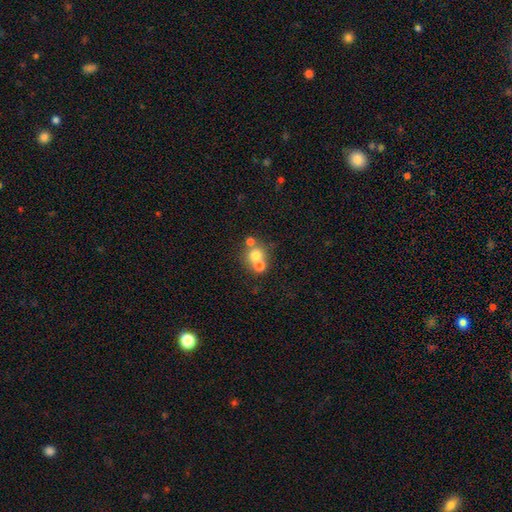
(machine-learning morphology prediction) Q: Smooth or featured?
A: smooth (68%); runner-up: featured or disk (19%)
Q: How rounded?
A: round (84%); runner-up: in between (15%)
Q: Merging?
A: merger (49%); runner-up: none (42%)